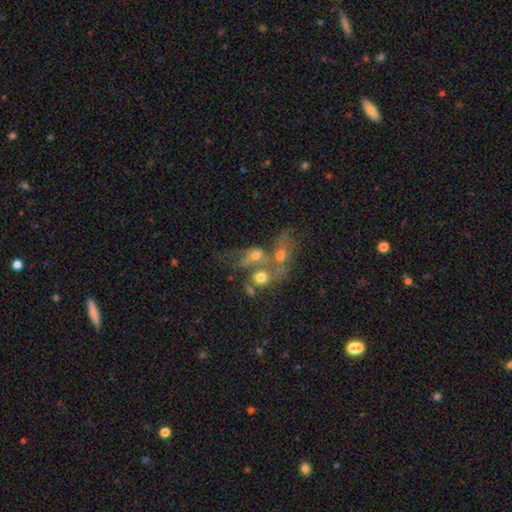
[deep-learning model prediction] A featured or disk galaxy (41%, tied with smooth). Merging: merger (62%).